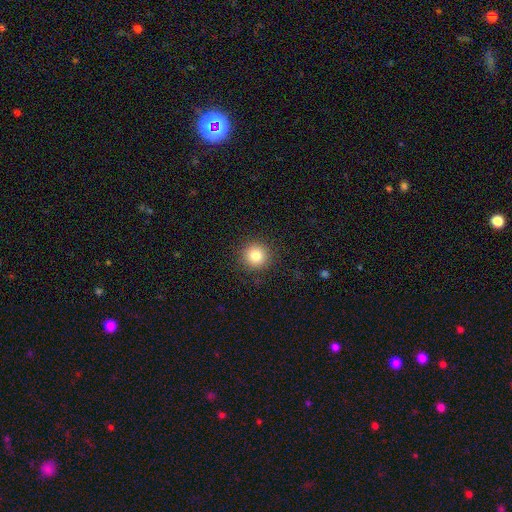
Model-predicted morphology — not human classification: This appears to be a smooth galaxy with no disk features (83%) that is round (94%). Merging: none (91%).